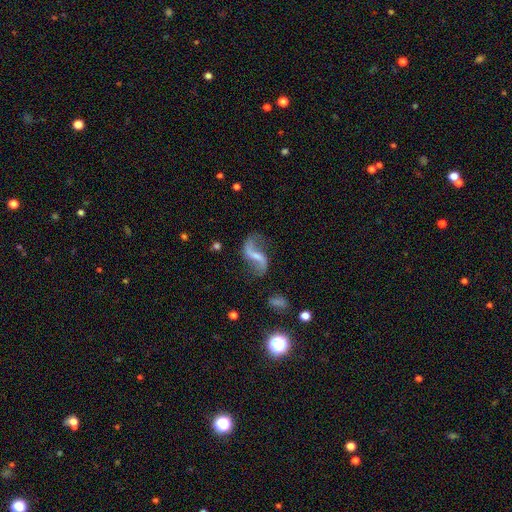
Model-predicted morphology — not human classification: Overall: featured or disk (88%). Edge-on disk: no (97%). Bar: weak (43%; strong 30%). Spiral arms: yes (95%). Spiral arm count: 2 (93%). Spiral winding: loose (89%). Bulge size: small (46%; none 32%). Merging: none (71%).